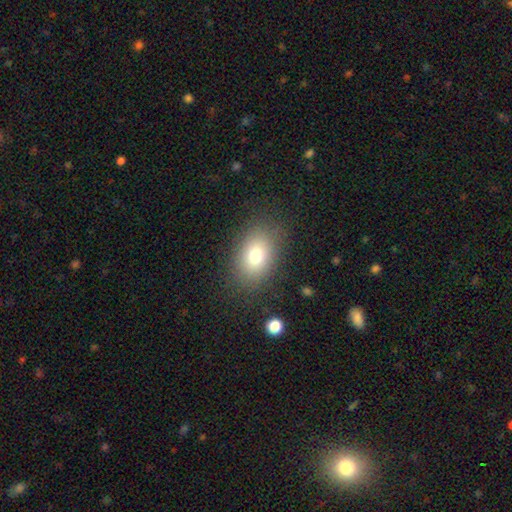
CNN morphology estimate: Smooth or featured?
  - smooth: 75% *
  - featured or disk: 13%
  - star or artifact: 12%
How rounded?
  - in between: 74% *
  - round: 25%
  - cigar-shaped: 1%
Merging?
  - none: 83% *
  - minor disturbance: 11%
  - major disturbance: 5%
  - merger: 1%